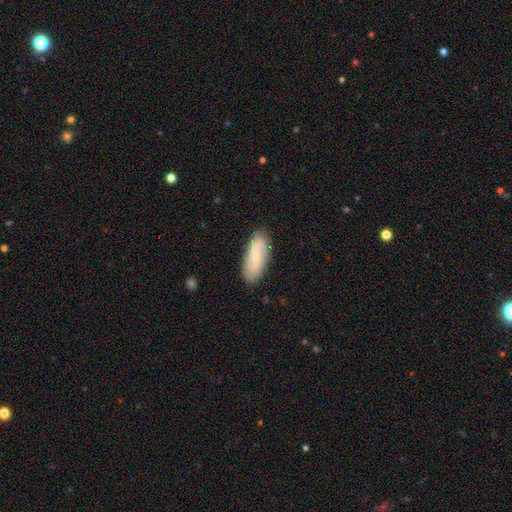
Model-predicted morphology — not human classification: Smooth or featured: smooth — 50% (featured or disk — 44%)
Merging: none — 84% (minor disturbance — 12%)